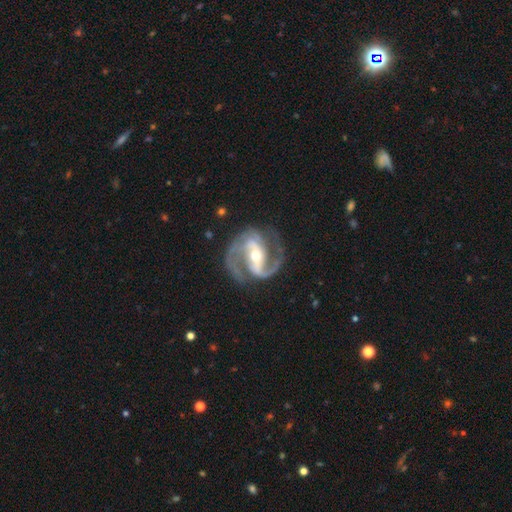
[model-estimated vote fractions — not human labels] smooth_or_featured: featured or disk (p=0.93) [alt: star or artifact p=0.04]
disk_edge_on: no (p=0.98) [alt: yes p=0.02]
bar: strong (p=0.59) [alt: weak p=0.28]
has_spiral_arms: yes (p=0.98) [alt: no p=0.02]
spiral_winding: medium (p=0.60) [alt: tight p=0.22]
spiral_arm_count: 2 (p=0.91) [alt: 3 p=0.03]
bulge_size: moderate (p=0.56) [alt: small p=0.39]
merging: none (p=0.77) [alt: minor disturbance p=0.14]